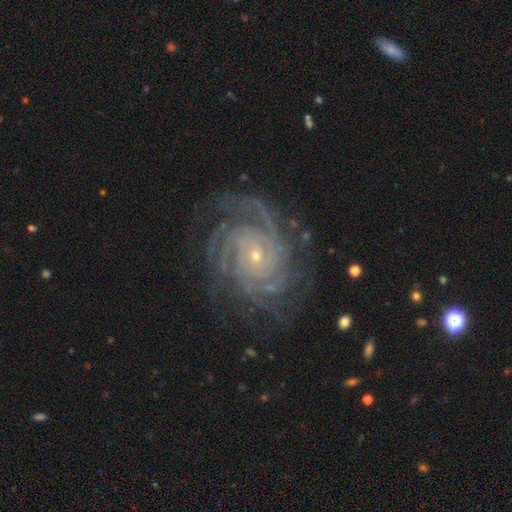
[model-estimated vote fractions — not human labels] Smooth or featured?
  - featured or disk: 92% *
  - star or artifact: 5%
  - smooth: 3%
Edge-on disk?
  - no: 97% *
  - yes: 3%
Bar?
  - no: 73% *
  - weak: 20%
  - strong: 7%
Spiral arms?
  - yes: 98% *
  - no: 2%
Spiral winding?
  - tight: 76% *
  - medium: 21%
  - loose: 3%
Spiral arm count?
  - 4: 27% *
  - more than 4: 22%
  - 3: 17%
  - can't tell: 16%
  - 2: 11%
  - 1: 8%
Bulge size?
  - small: 80% *
  - moderate: 17%
  - none: 1%
  - large: 1%
  - dominant: 1%
Merging?
  - none: 76% *
  - minor disturbance: 15%
  - major disturbance: 7%
  - merger: 1%